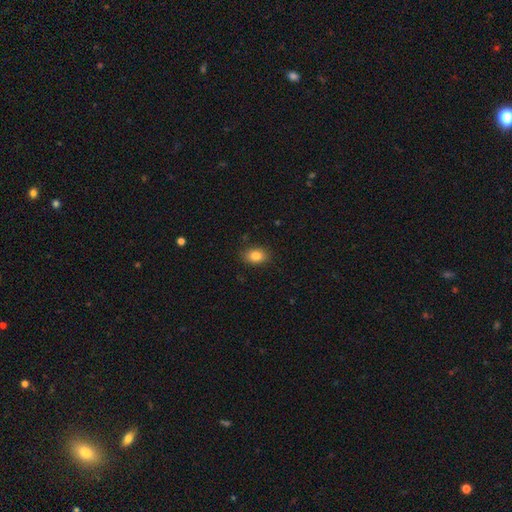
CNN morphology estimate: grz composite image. It shows a smooth galaxy with no disk features (84%) that is in between round and cigar-shaped (76%). Merging: none (88%).